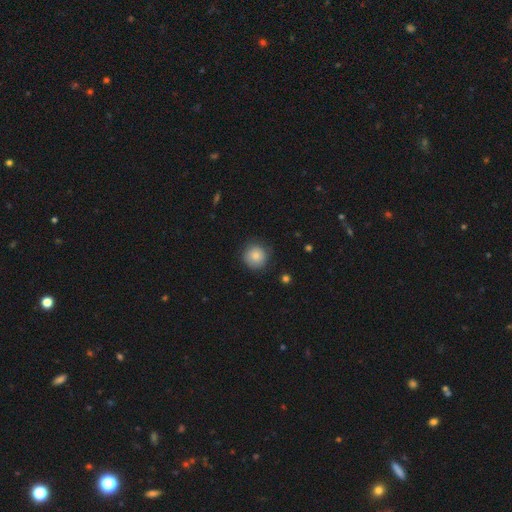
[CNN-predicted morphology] smooth-or-featured: smooth: 83% | star or artifact: 9% | featured or disk: 8%
  how-rounded: round: 94% | in between: 5% | cigar-shaped: 1%
  merging: none: 84% | minor disturbance: 12% | major disturbance: 3% | merger: 1%